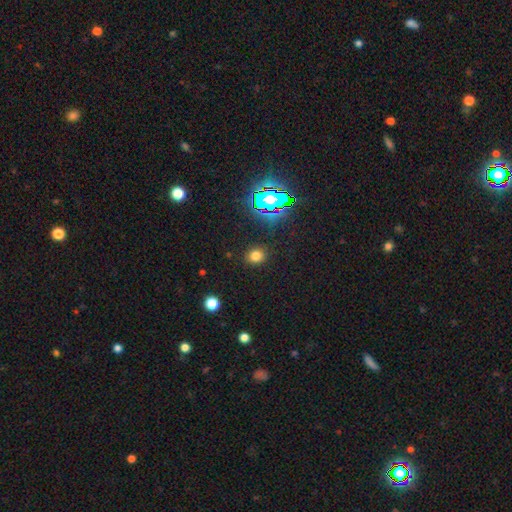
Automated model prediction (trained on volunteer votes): Smooth or featured? Predicted: smooth (p=0.73). How rounded? Predicted: round (p=0.75). Merging? Predicted: none (p=0.89).